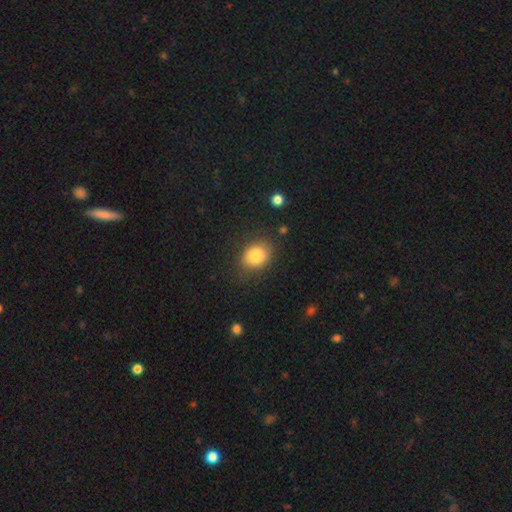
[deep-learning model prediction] Smooth or featured?
  - smooth: 81% *
  - featured or disk: 10%
  - star or artifact: 9%
How rounded?
  - in between: 52% *
  - round: 47%
  - cigar-shaped: 1%
Merging?
  - none: 75% *
  - minor disturbance: 17%
  - major disturbance: 6%
  - merger: 2%